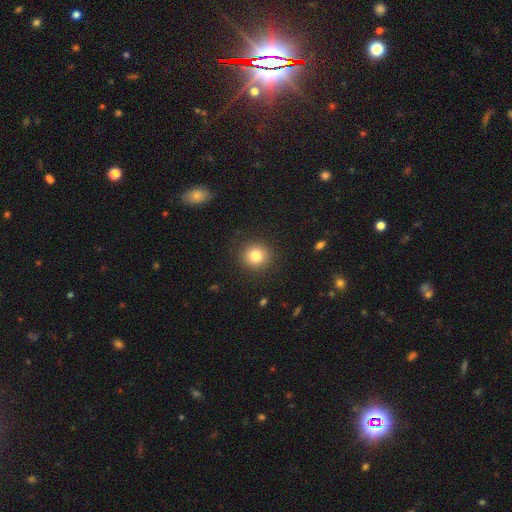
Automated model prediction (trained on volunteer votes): smooth 81%, star or artifact 11%, featured or disk 8%. Down the decision tree: how rounded — round (90%); merging — none (90%).